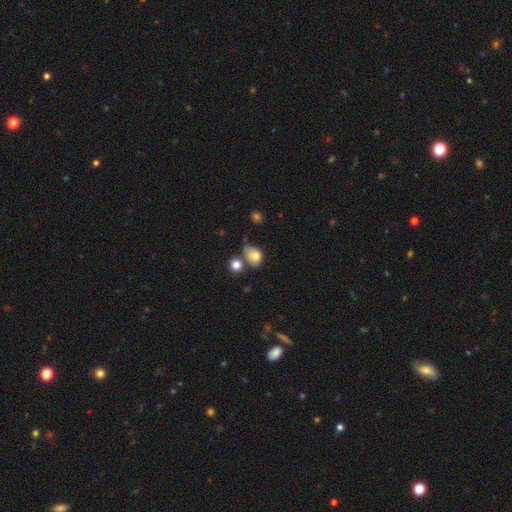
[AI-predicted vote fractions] Overall: smooth (77%). How rounded: in between (55%; round 44%). Merging: none (36%; minor disturbance 28%).